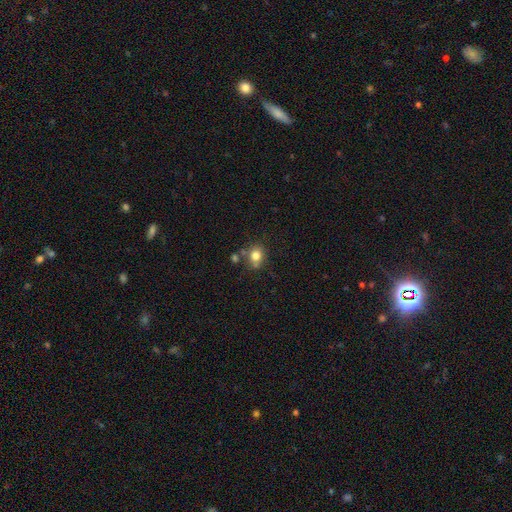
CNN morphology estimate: This is likely a smooth galaxy (79%). How rounded: likely round (71%). Merging: likely none (64%).